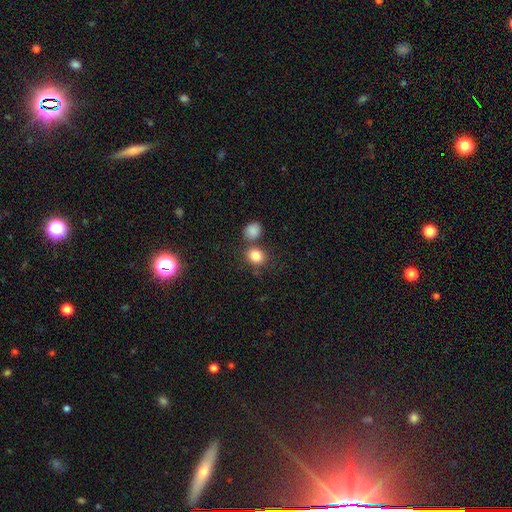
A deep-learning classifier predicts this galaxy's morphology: This appears to be a smooth galaxy with no disk features (84%) that is round (68%). Merging: none (64%).